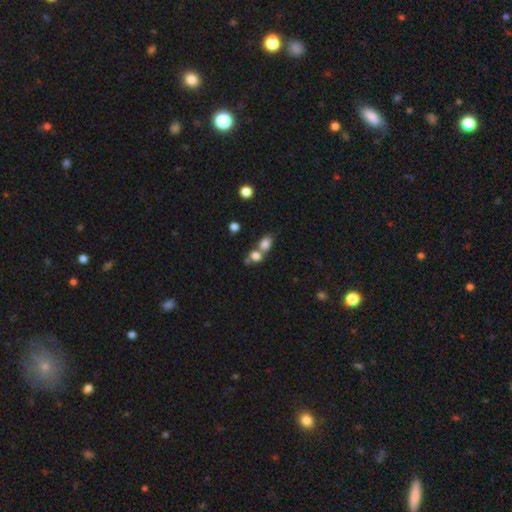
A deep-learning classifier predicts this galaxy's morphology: A smooth galaxy with no disk features (78%) that is in between round and cigar-shaped (50%).

Vote fractions:
- Smooth or featured? smooth: 78% / star or artifact: 12% / featured or disk: 11%
- How rounded? in between: 50% / round: 48% / cigar-shaped: 2%
- Merging? merger: 60% / none: 30% / minor disturbance: 7% / major disturbance: 4%